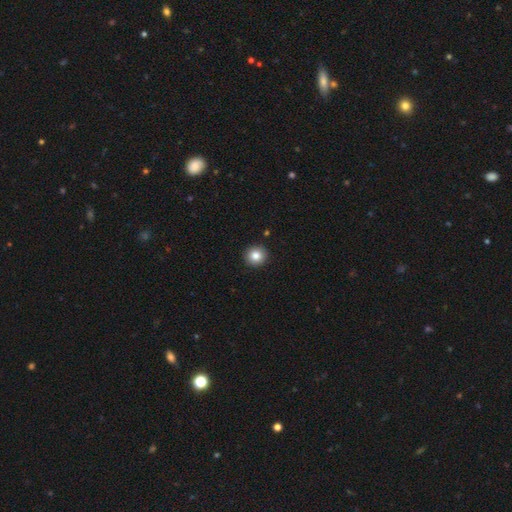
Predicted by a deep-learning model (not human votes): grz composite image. It shows a smooth galaxy with no disk features (83%) that is round (94%). Merging: none (93%).